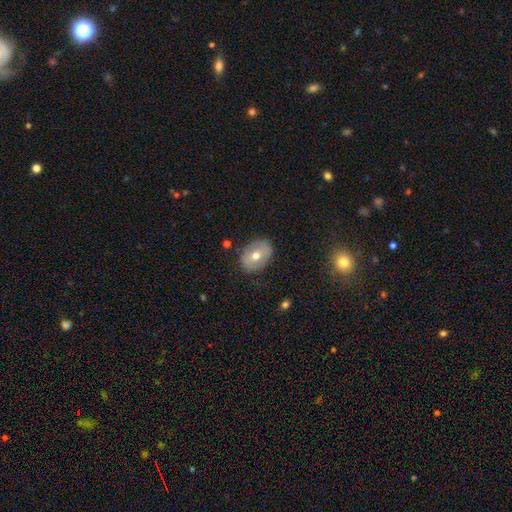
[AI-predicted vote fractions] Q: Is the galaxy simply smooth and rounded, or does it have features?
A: smooth — 53%.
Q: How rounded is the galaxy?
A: in between — 63%.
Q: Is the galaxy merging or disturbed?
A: none — 82%.